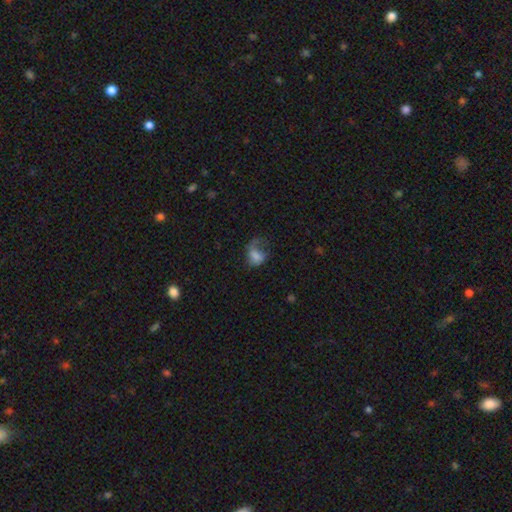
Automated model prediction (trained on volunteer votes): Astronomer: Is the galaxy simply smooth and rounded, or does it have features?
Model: smooth — 56% (runner-up: featured or disk, 32%).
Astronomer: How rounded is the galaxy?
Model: in between — 70%.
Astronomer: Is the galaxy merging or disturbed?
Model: major disturbance — 46% (runner-up: none, 28%).